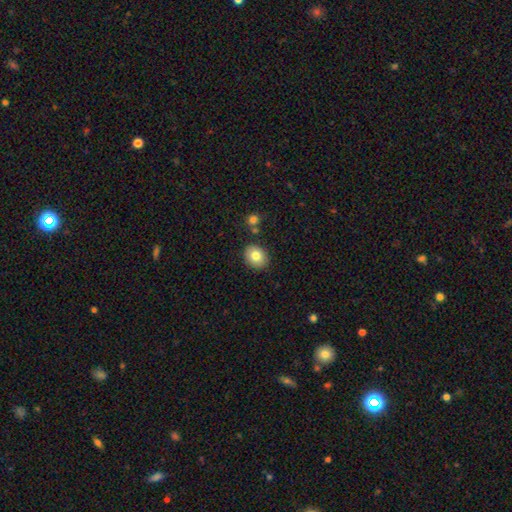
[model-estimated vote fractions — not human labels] smooth_or_featured: smooth (p=0.81) [alt: featured or disk p=0.10]
how_rounded: round (p=0.59) [alt: in between p=0.40]
merging: none (p=0.86) [alt: minor disturbance p=0.09]